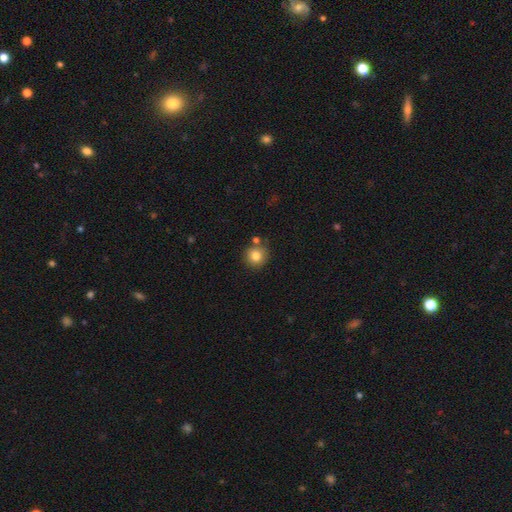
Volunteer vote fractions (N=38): smooth 87%, featured or disk 8%, star or artifact 5%. Down the decision tree: how rounded — round (94%); merging — none (81%).